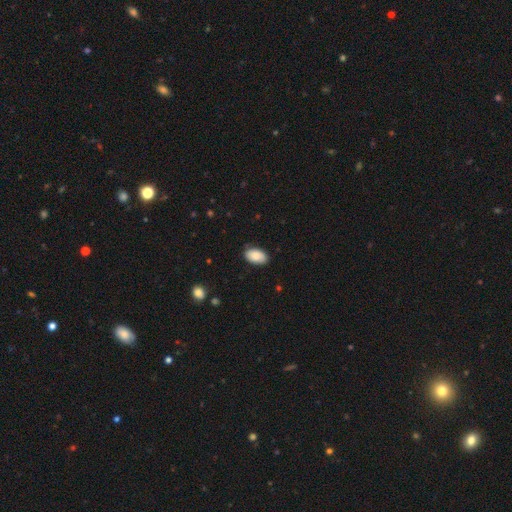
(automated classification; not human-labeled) Q: Smooth or featured?
A: smooth (86%); runner-up: featured or disk (8%)
Q: How rounded?
A: in between (94%); runner-up: round (5%)
Q: Merging?
A: none (83%); runner-up: minor disturbance (14%)